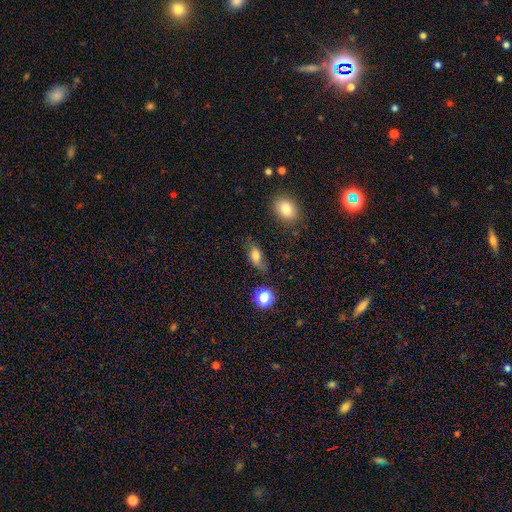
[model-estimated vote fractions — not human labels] Overall: smooth (74%). How rounded: in between (78%). Merging: none (64%; minor disturbance 24%).